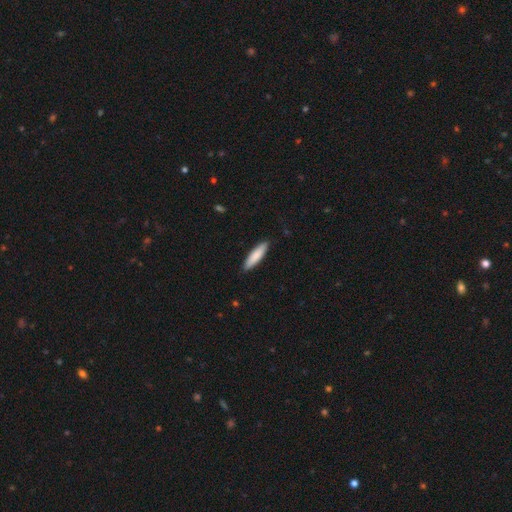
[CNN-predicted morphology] smooth 84%, featured or disk 11%, star or artifact 5%. Down the decision tree: how rounded — cigar-shaped (72%); merging — none (89%).